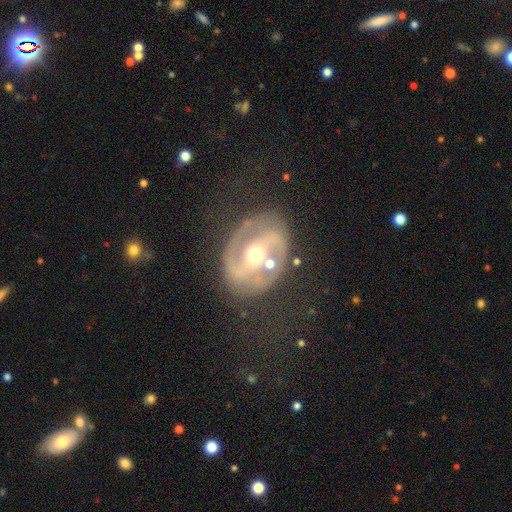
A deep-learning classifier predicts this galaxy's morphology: featured or disk 84%, smooth 10%, star or artifact 6%. Down the decision tree: edge-on disk — no (96%); bar — strong (37%); spiral arms — yes (82%); spiral arm count — 2 (86%); spiral winding — medium (48%); bulge size — moderate (73%); merging — none (71%).